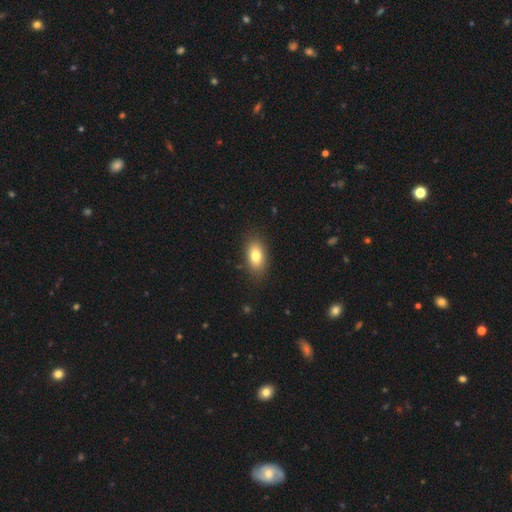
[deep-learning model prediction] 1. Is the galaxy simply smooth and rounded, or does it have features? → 79% smooth, 13% featured or disk, 8% star or artifact.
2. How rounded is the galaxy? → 88% in between, 8% round, 4% cigar-shaped.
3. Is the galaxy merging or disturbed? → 84% none, 12% minor disturbance, 3% major disturbance, 1% merger.